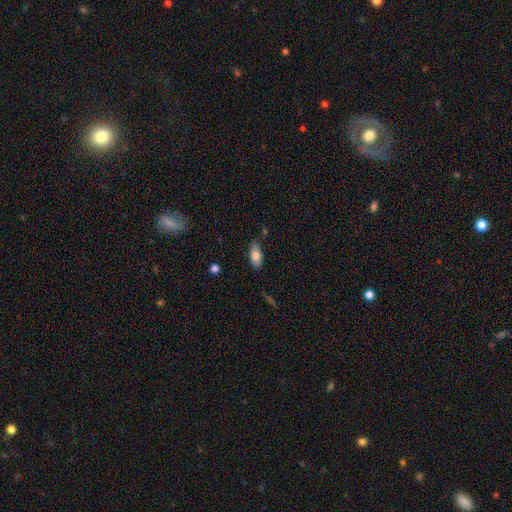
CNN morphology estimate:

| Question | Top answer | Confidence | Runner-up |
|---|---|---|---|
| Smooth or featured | smooth | 73% | featured or disk (20%) |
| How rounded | in between | 83% | cigar-shaped (14%) |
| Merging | none | 79% | minor disturbance (16%) |